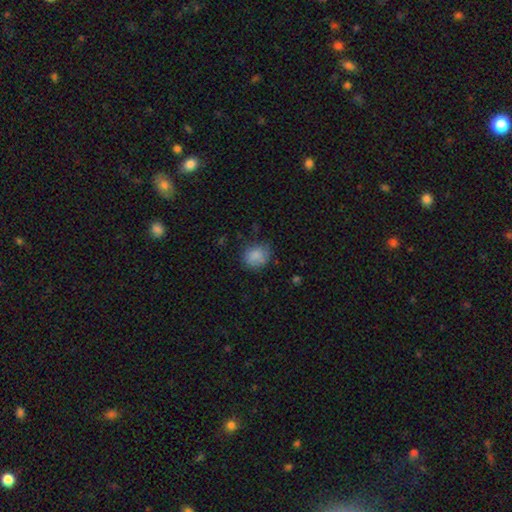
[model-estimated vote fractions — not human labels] smooth-or-featured: smooth: 83% | star or artifact: 9% | featured or disk: 8%
  how-rounded: round: 64% | in between: 35% | cigar-shaped: 1%
  merging: none: 70% | minor disturbance: 22% | major disturbance: 6% | merger: 2%